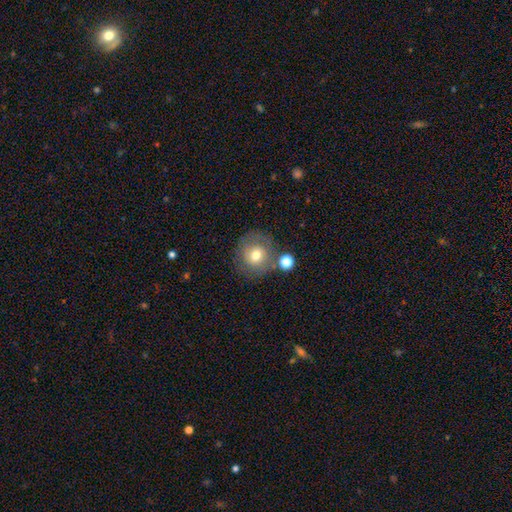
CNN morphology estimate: Smooth or featured? Predicted: smooth (p=0.70). How rounded? Predicted: round (p=0.89). Merging? Predicted: none (p=0.72).